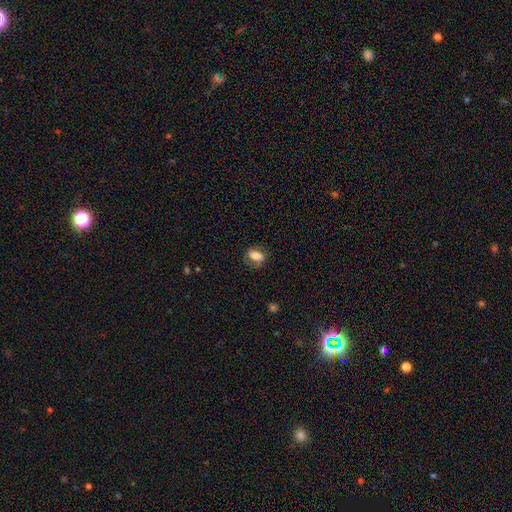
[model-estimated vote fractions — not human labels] Smooth or featured?
  - smooth: 64% *
  - featured or disk: 26%
  - star or artifact: 10%
How rounded?
  - in between: 78% *
  - round: 13%
  - cigar-shaped: 9%
Merging?
  - none: 69% *
  - minor disturbance: 20%
  - major disturbance: 9%
  - merger: 2%